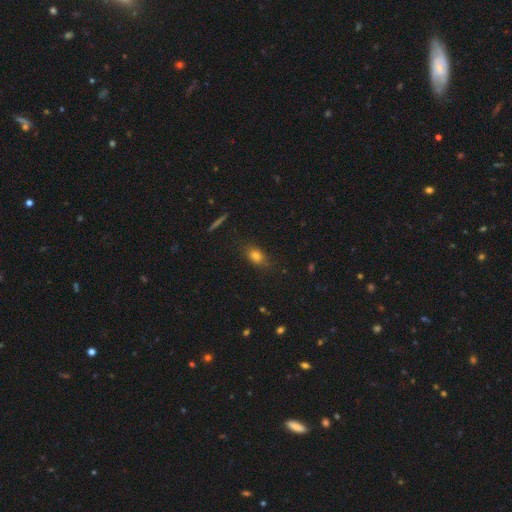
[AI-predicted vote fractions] smooth_or_featured: smooth (p=0.79) [alt: star or artifact p=0.11]
how_rounded: in between (p=0.72) [alt: round p=0.21]
merging: none (p=0.77) [alt: minor disturbance p=0.17]